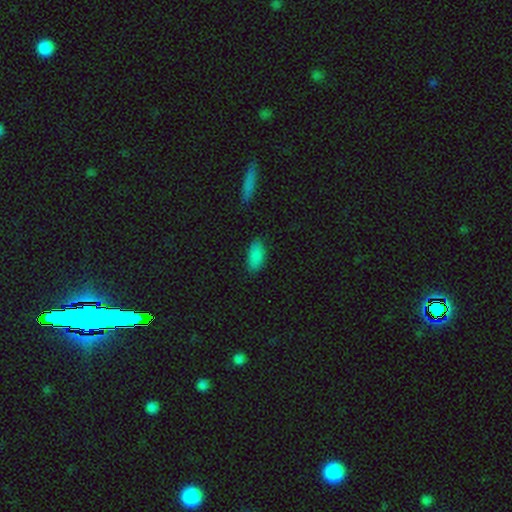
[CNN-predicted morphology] A smooth galaxy with no disk features (87%) that is in between round and cigar-shaped (91%).

Vote fractions:
- Smooth or featured? smooth: 87% / star or artifact: 8% / featured or disk: 4%
- How rounded? in between: 91% / cigar-shaped: 7% / round: 2%
- Merging? none: 84% / minor disturbance: 12% / major disturbance: 3% / merger: 1%